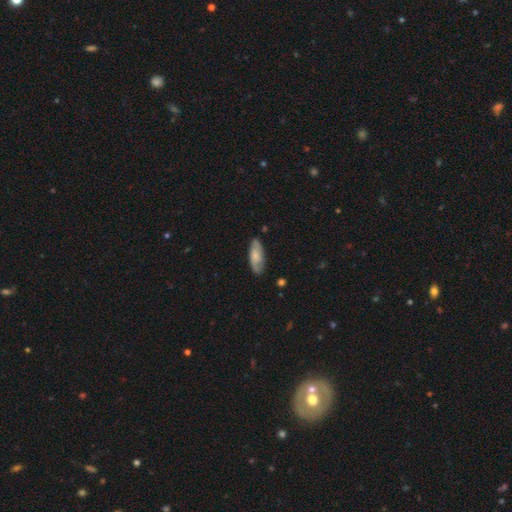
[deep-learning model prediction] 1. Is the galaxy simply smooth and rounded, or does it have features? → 63% smooth, 31% featured or disk, 6% star or artifact.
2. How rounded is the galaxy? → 73% in between, 25% cigar-shaped, 2% round.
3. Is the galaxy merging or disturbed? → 79% none, 17% minor disturbance, 3% major disturbance, 1% merger.